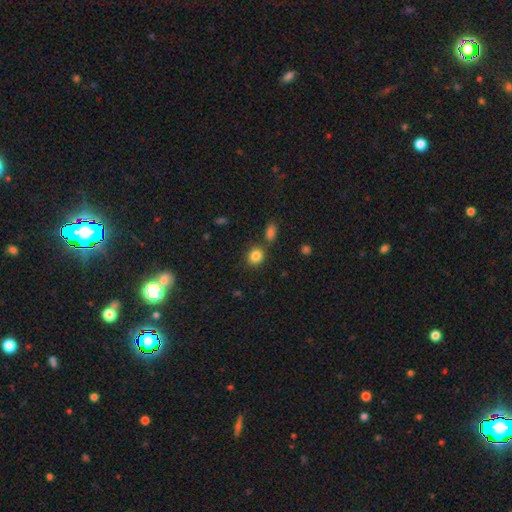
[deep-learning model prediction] Smooth or featured: smooth — 85% (star or artifact — 10%)
How rounded: round — 76% (in between — 23%)
Merging: none — 76% (merger — 10%)